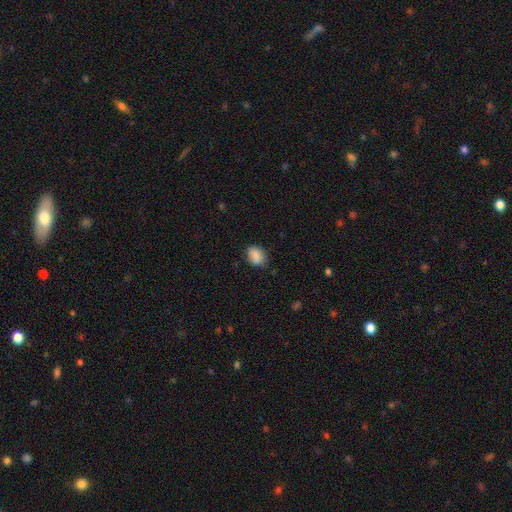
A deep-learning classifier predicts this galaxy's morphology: Smooth or featured? smooth (87%)
How rounded? in between (69%)
Merging? none (76%)